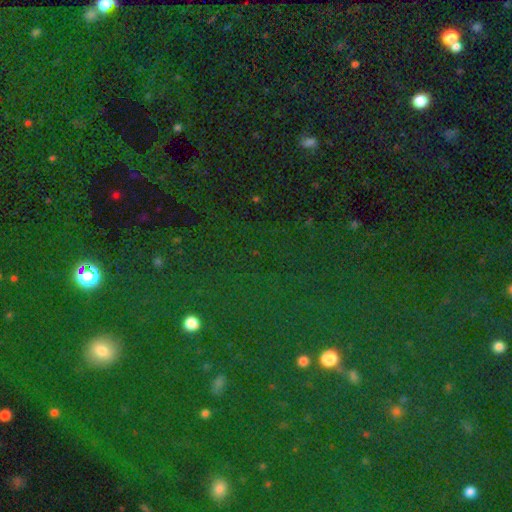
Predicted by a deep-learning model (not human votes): This is likely a star or artifact rather than a galaxy (79%).